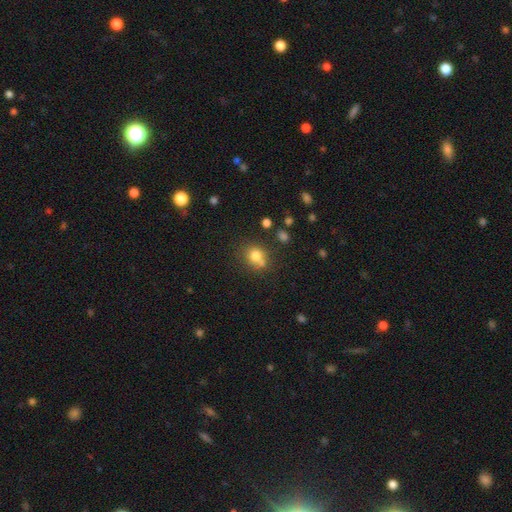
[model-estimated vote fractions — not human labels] smooth-or-featured: smooth: 75% | star or artifact: 13% | featured or disk: 12%
  how-rounded: round: 74% | in between: 25% | cigar-shaped: 1%
  merging: none: 54% | merger: 26% | minor disturbance: 14% | major disturbance: 5%